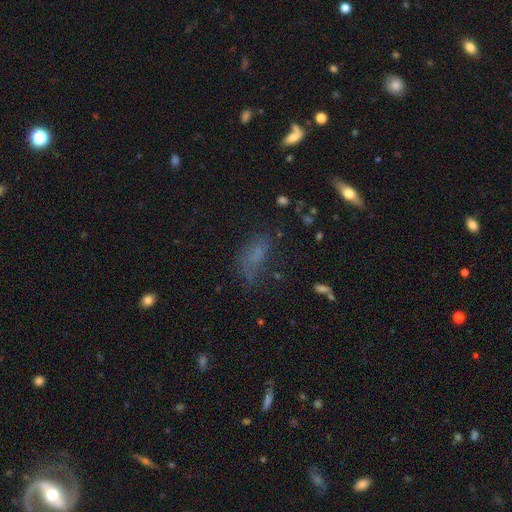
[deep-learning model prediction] Q: Smooth or featured?
A: smooth (51%); runner-up: featured or disk (26%)
Q: How rounded?
A: in between (81%); runner-up: cigar-shaped (11%)
Q: Merging?
A: none (45%); runner-up: major disturbance (26%)